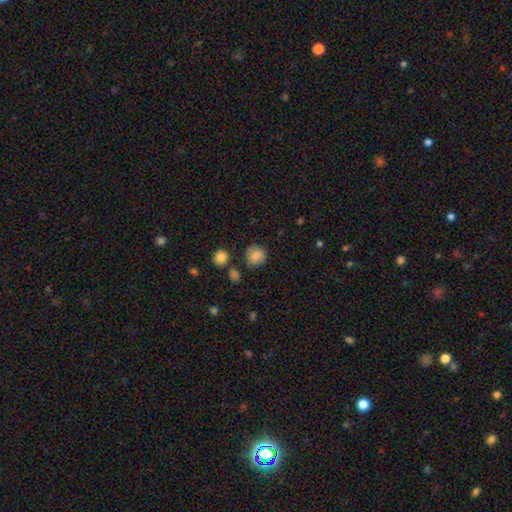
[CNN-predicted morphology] smooth-or-featured: smooth: 83% | star or artifact: 10% | featured or disk: 7%
  how-rounded: round: 81% | in between: 18% | cigar-shaped: 1%
  merging: none: 76% | minor disturbance: 15% | merger: 5% | major disturbance: 4%